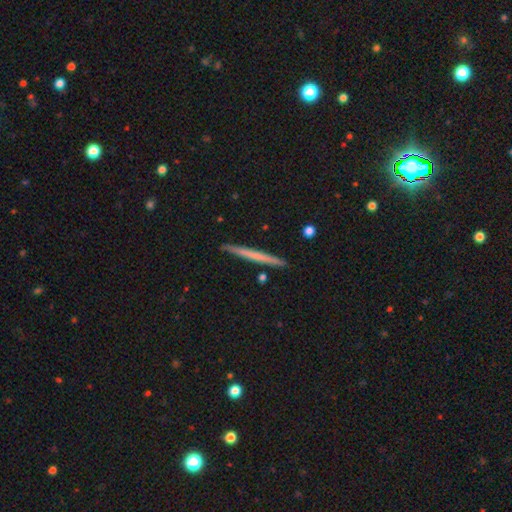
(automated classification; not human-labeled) smooth 54%, featured or disk 41%, star or artifact 5%. Down the decision tree: how rounded — cigar-shaped (97%); merging — none (91%).